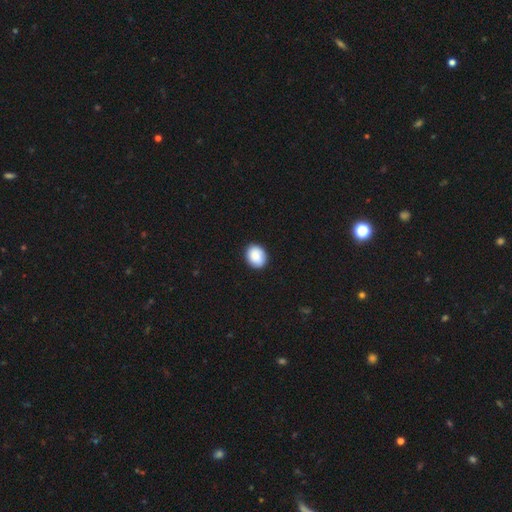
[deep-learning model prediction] smooth-or-featured: smooth: 89% | star or artifact: 7% | featured or disk: 4%
  how-rounded: in between: 53% | round: 46% | cigar-shaped: 1%
  merging: none: 88% | minor disturbance: 9% | major disturbance: 2% | merger: 1%